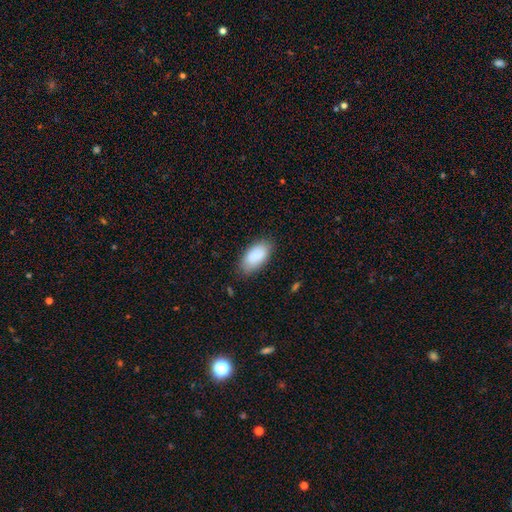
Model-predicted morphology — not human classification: Overall: smooth (89%). How rounded: in between (94%). Merging: none (81%).